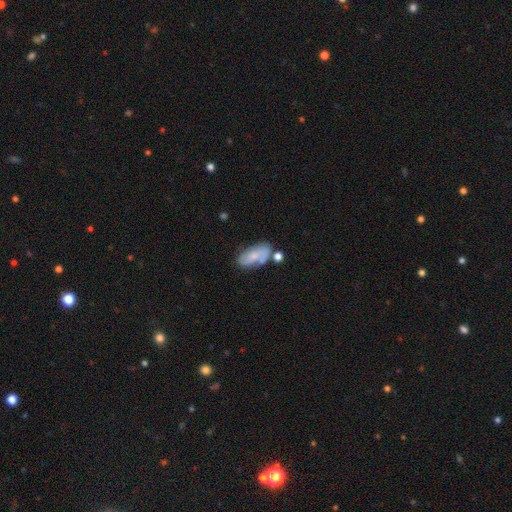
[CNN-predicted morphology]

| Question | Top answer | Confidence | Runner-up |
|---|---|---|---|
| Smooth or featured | smooth | 52% | featured or disk (41%) |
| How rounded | in between | 88% | cigar-shaped (8%) |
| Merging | none | 50% | minor disturbance (23%) |